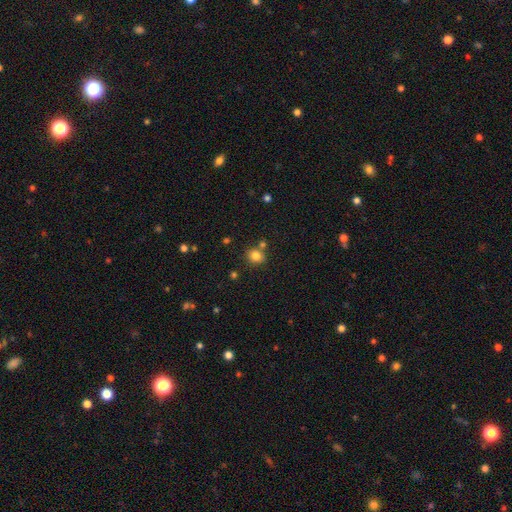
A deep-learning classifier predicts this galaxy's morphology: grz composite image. It shows a smooth galaxy with no disk features (82%) that is round (77%). Merging: none (74%).